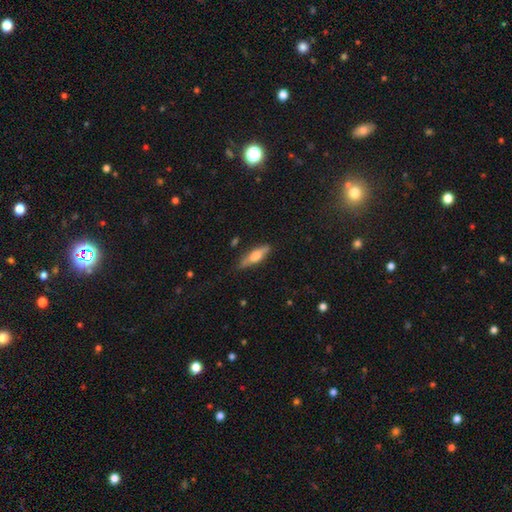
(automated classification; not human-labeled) A smooth galaxy with no disk features (58%) that is cigar-shaped (57%).

Vote fractions:
- Smooth or featured? smooth: 58% / featured or disk: 36% / star or artifact: 6%
- How rounded? cigar-shaped: 57% / in between: 41% / round: 2%
- Merging? none: 81% / minor disturbance: 15% / major disturbance: 3% / merger: 2%